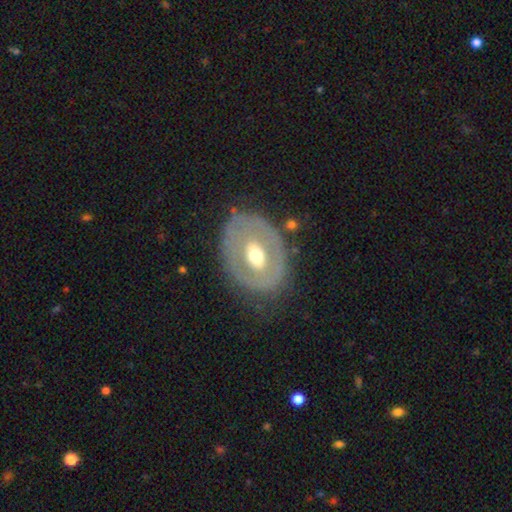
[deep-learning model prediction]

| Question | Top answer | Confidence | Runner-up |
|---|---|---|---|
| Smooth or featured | featured or disk | 59% | smooth (34%) |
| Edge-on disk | no | 93% | yes (7%) |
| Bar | no | 57% | weak (28%) |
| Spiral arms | no | 84% | yes (16%) |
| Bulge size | moderate | 71% | small (15%) |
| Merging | none | 71% | minor disturbance (17%) |